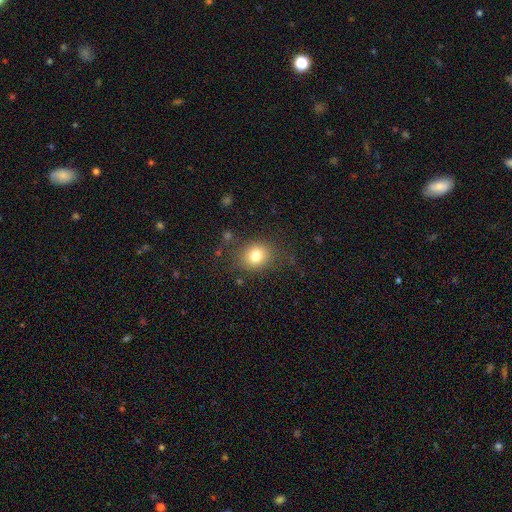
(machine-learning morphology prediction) Q: Smooth or featured?
A: smooth (78%); runner-up: star or artifact (12%)
Q: How rounded?
A: round (67%); runner-up: in between (32%)
Q: Merging?
A: none (78%); runner-up: minor disturbance (14%)